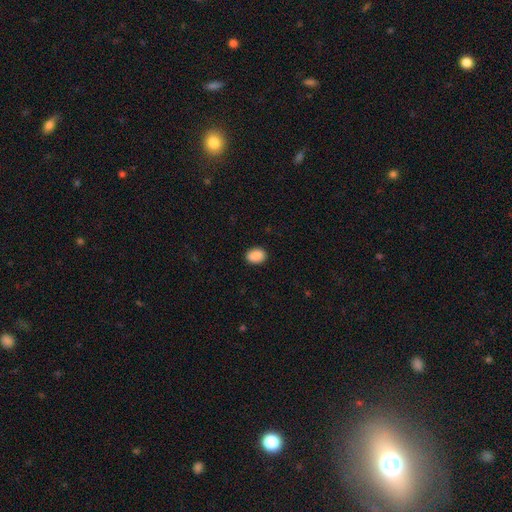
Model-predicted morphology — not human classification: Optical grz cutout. It shows a smooth galaxy with no disk features (89%) that is in between round and cigar-shaped (66%). Merging: none (89%).